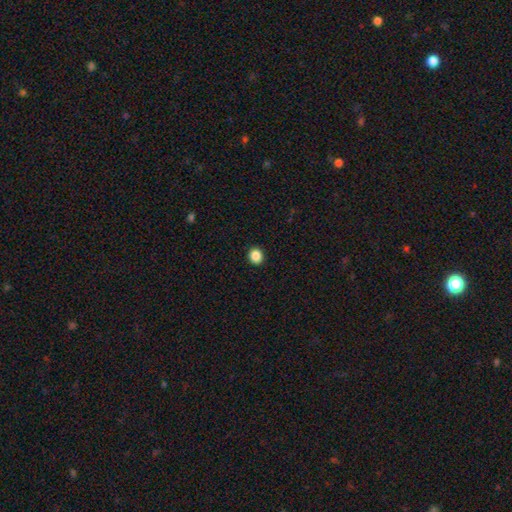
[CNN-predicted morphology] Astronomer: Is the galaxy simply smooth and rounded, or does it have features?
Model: smooth — 87%.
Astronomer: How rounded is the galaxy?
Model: round — 83%.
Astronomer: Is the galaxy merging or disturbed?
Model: none — 93%.